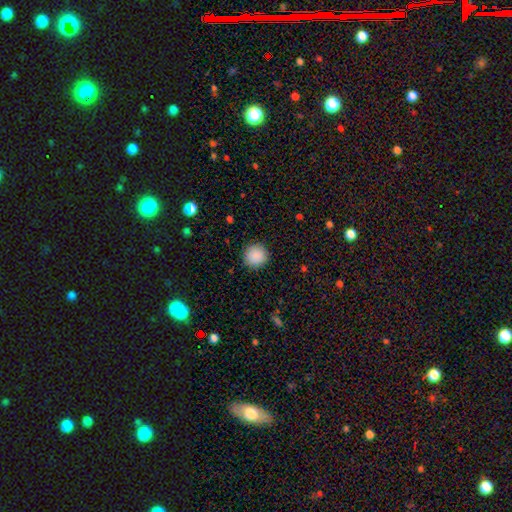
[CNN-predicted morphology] A smooth galaxy with no disk features (89%) that is round (95%). Merging: none (90%).